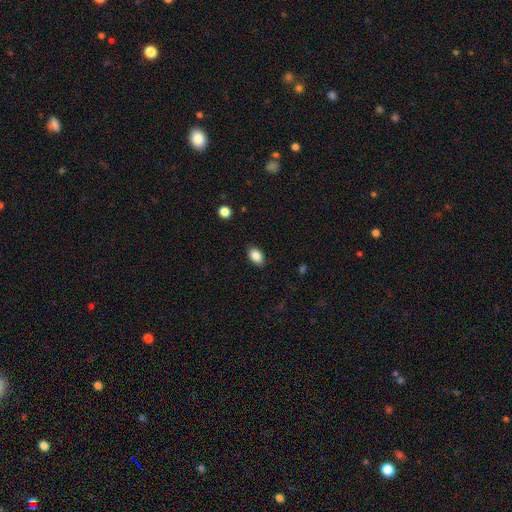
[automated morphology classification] This appears to be a smooth galaxy with no disk features (87%) that is in between round and cigar-shaped (89%). Merging: none (87%).